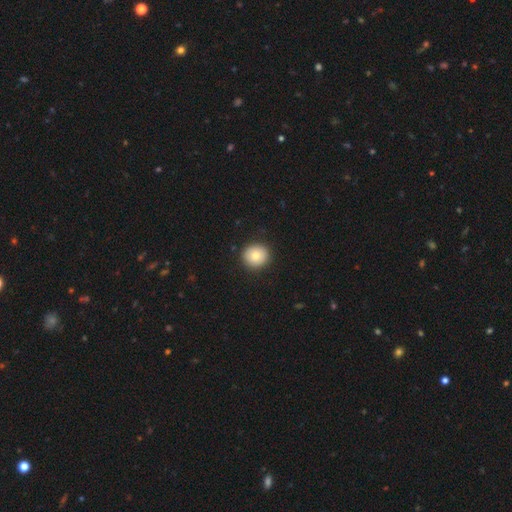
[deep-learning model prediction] smooth_or_featured: smooth (p=0.80) [alt: featured or disk p=0.11]
how_rounded: round (p=0.90) [alt: in between p=0.10]
merging: none (p=0.91) [alt: minor disturbance p=0.06]